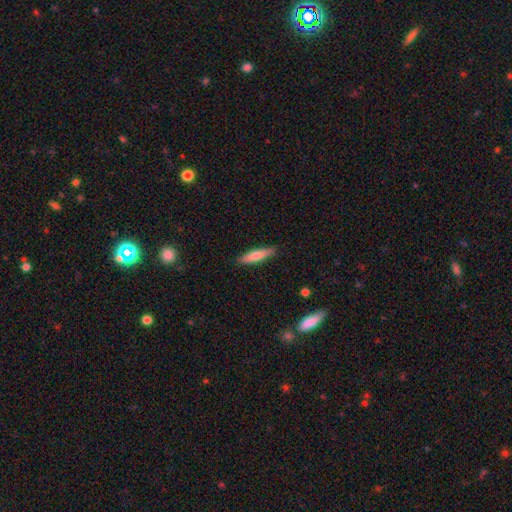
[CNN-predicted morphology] Smooth or featured?
  - smooth: 70% *
  - featured or disk: 24%
  - star or artifact: 6%
How rounded?
  - cigar-shaped: 79% *
  - in between: 19%
  - round: 2%
Merging?
  - none: 86% *
  - minor disturbance: 10%
  - major disturbance: 2%
  - merger: 1%